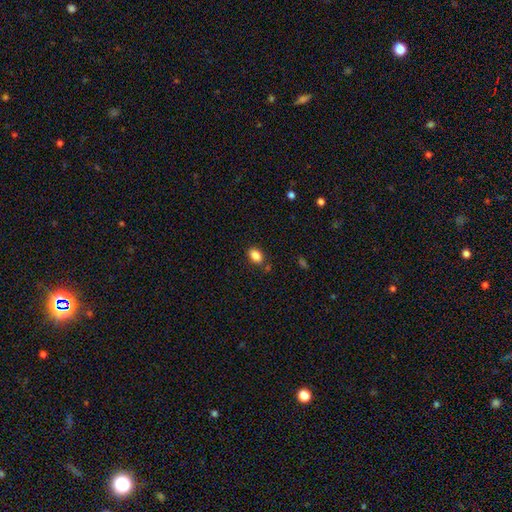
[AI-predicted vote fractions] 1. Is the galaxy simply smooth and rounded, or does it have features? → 86% smooth, 9% star or artifact, 5% featured or disk.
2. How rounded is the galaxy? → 85% in between, 13% round, 2% cigar-shaped.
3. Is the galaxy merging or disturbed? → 79% none, 13% minor disturbance, 5% merger, 3% major disturbance.